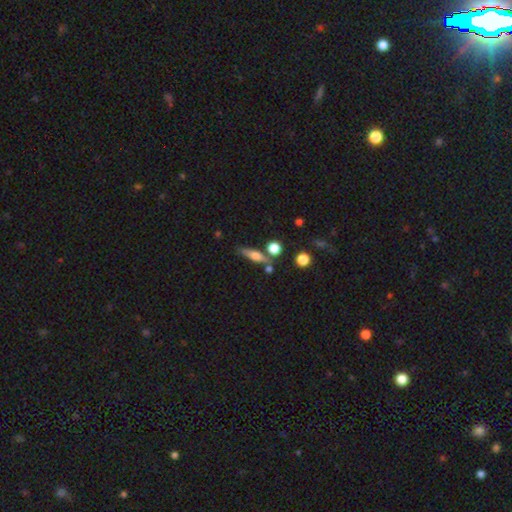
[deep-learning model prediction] smooth_or_featured: featured or disk (p=0.45) [tied with: smooth p=0.45]
merging: none (p=0.72) [alt: minor disturbance p=0.13]